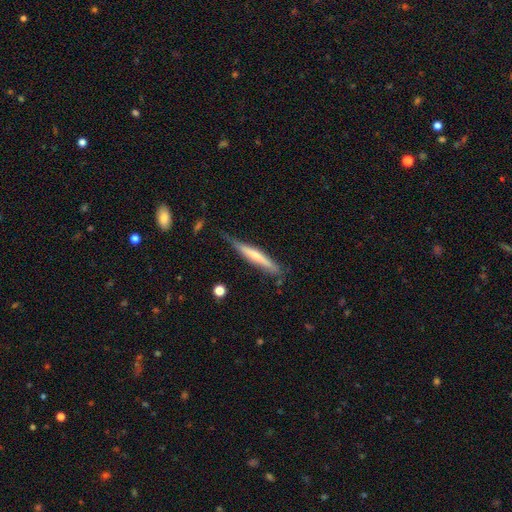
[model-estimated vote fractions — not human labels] Morphology: type=smooth (52%); roundness=cigar-shaped (95%); merging=none (67%).